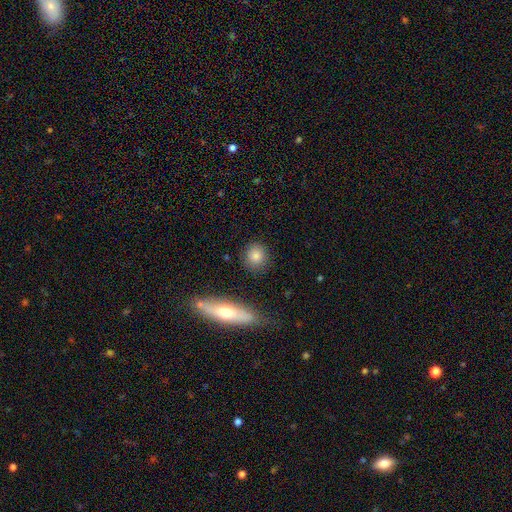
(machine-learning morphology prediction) Q: Smooth or featured?
A: smooth (81%); runner-up: featured or disk (10%)
Q: How rounded?
A: round (85%); runner-up: in between (13%)
Q: Merging?
A: none (87%); runner-up: minor disturbance (7%)